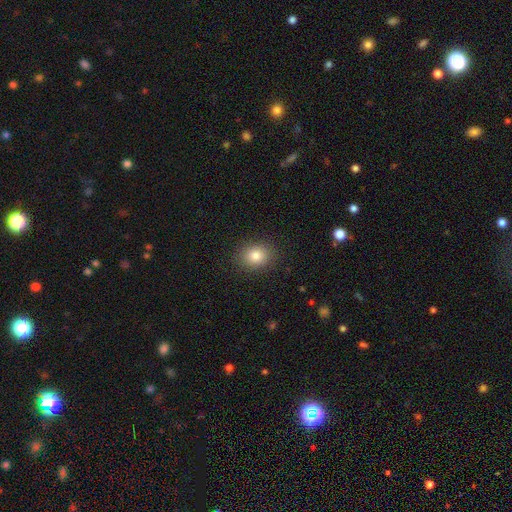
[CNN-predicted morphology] type=smooth (82%); roundness=round (55%); merging=none (89%).